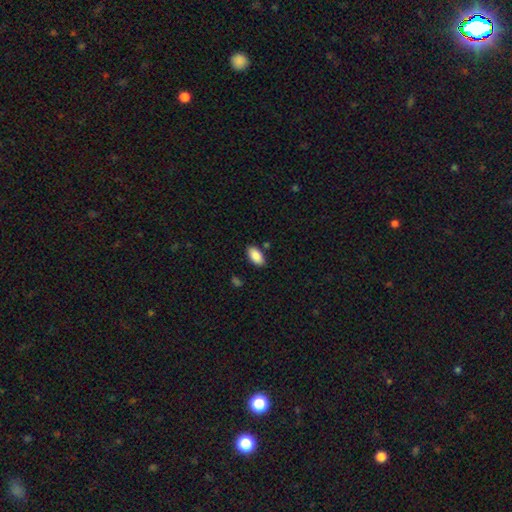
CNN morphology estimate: Q: Smooth or featured?
A: smooth (89%); runner-up: star or artifact (7%)
Q: How rounded?
A: in between (94%); runner-up: cigar-shaped (3%)
Q: Merging?
A: none (84%); runner-up: minor disturbance (11%)